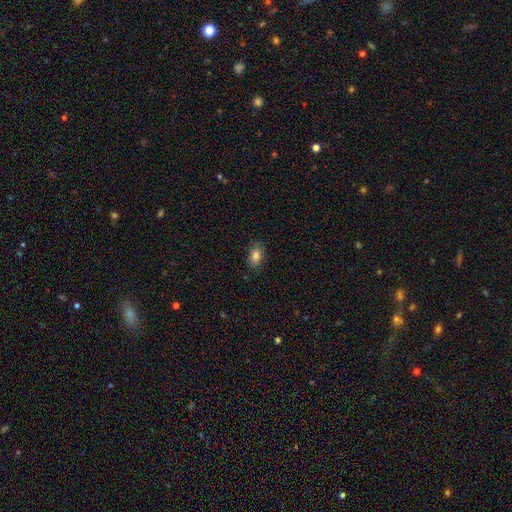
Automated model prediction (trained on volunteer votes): Q: Smooth or featured?
A: smooth (83%); runner-up: star or artifact (9%)
Q: How rounded?
A: in between (83%); runner-up: round (15%)
Q: Merging?
A: none (83%); runner-up: minor disturbance (13%)